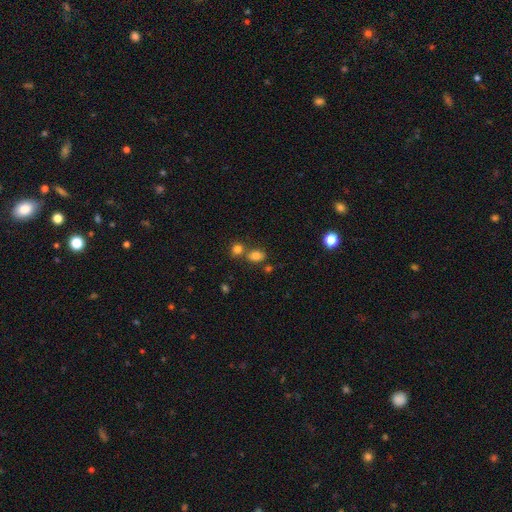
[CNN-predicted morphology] A smooth galaxy with no disk features (78%) that is in between round and cigar-shaped (62%). Merging: none (55%).